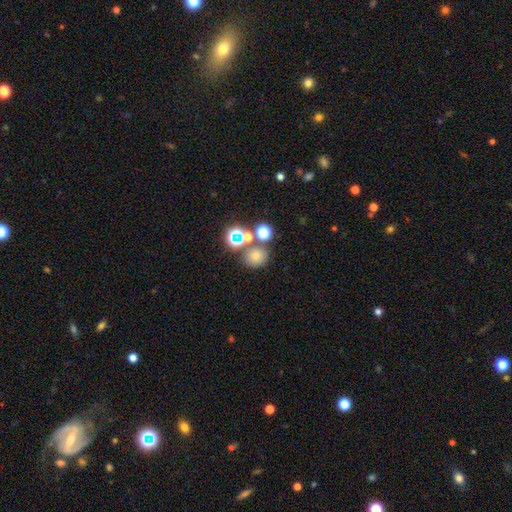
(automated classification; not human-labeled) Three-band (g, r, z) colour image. It shows a smooth galaxy with no disk features (65%) that is round (79%). Merging: none (67%).